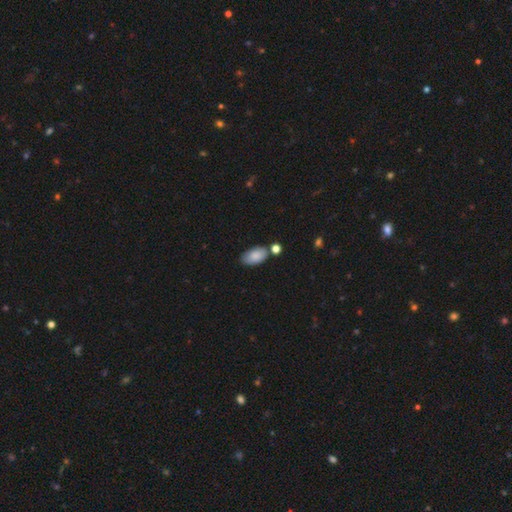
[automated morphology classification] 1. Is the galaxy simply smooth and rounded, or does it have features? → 84% smooth, 9% featured or disk, 7% star or artifact.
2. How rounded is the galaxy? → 94% in between, 4% round, 2% cigar-shaped.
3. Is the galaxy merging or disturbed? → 70% none, 16% minor disturbance, 11% merger, 3% major disturbance.